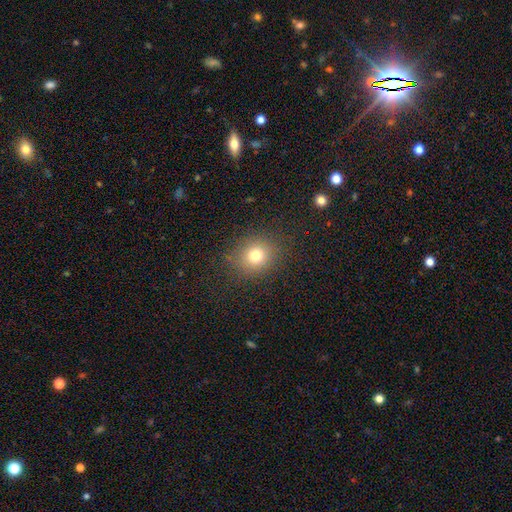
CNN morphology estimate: Smooth or featured? smooth (77%)
How rounded? round (72%)
Merging? none (86%)